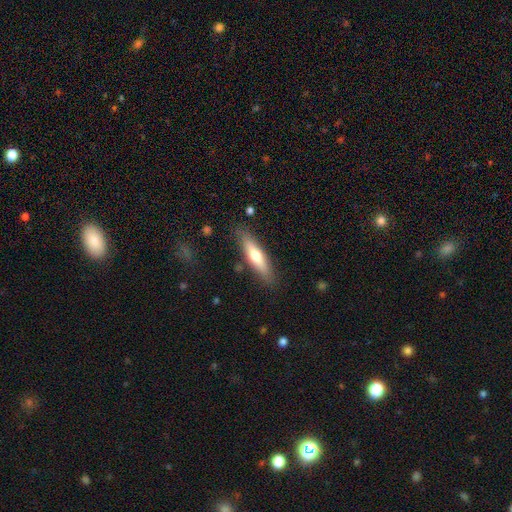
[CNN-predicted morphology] smooth_or_featured: smooth (p=0.59) [alt: featured or disk p=0.35]
how_rounded: cigar-shaped (p=0.75) [alt: in between p=0.23]
merging: none (p=0.84) [alt: minor disturbance p=0.12]